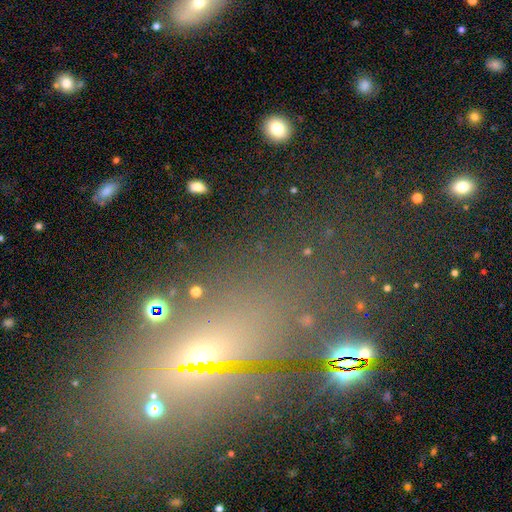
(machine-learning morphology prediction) Overall: star or artifact (43%; smooth 34%).